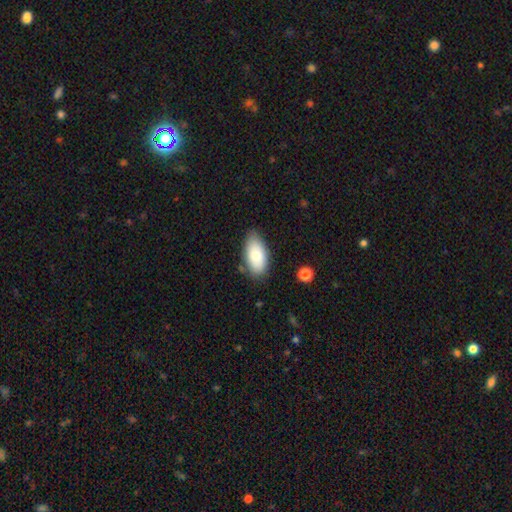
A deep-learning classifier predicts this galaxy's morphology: Smooth or featured: smooth — 80% (featured or disk — 14%)
How rounded: in between — 94% (cigar-shaped — 3%)
Merging: none — 77% (minor disturbance — 17%)